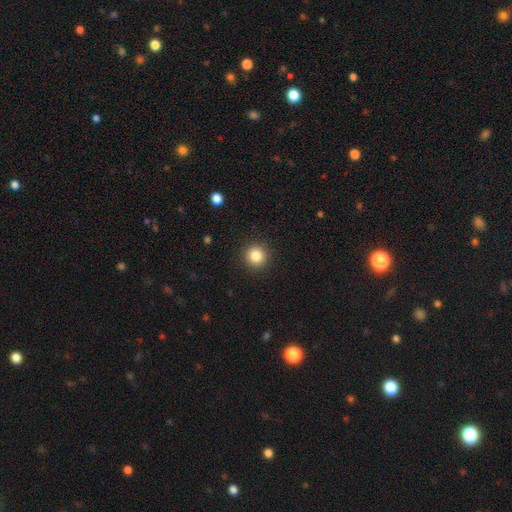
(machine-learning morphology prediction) smooth-or-featured: smooth: 84% | star or artifact: 11% | featured or disk: 5%
  how-rounded: round: 93% | in between: 6% | cigar-shaped: 1%
  merging: none: 92% | minor disturbance: 5% | major disturbance: 2% | merger: 1%